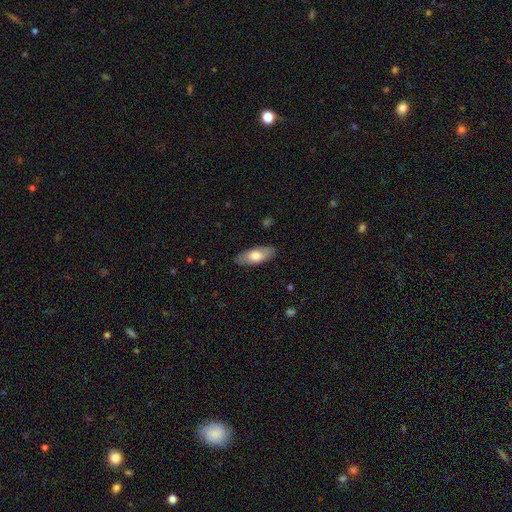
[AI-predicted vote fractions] This is likely a smooth galaxy (69%). How rounded: likely in between (79%). Merging: clearly none (86%).